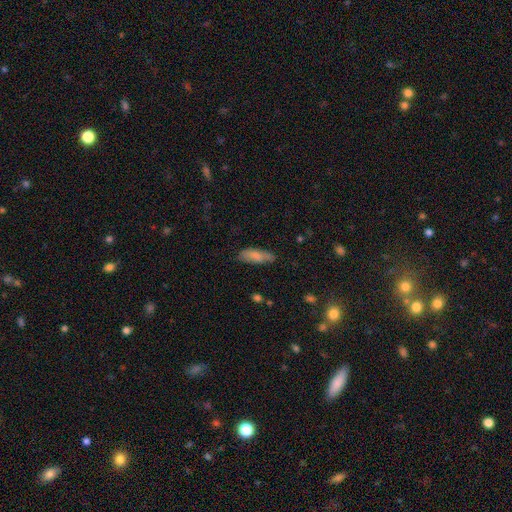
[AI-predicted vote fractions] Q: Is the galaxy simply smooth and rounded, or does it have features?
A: smooth — 79%.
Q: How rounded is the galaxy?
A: in between — 64%.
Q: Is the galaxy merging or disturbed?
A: none — 73%.